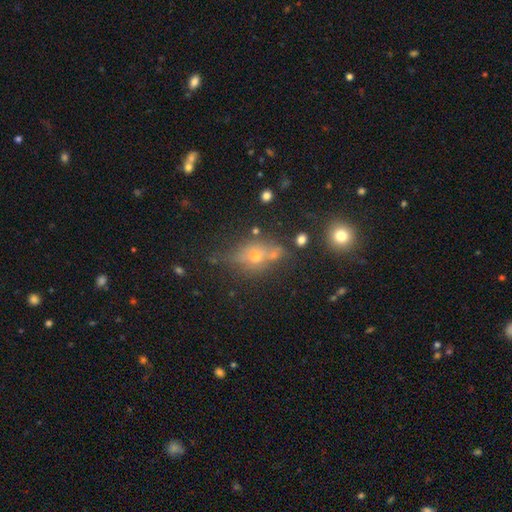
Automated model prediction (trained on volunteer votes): Smooth or featured?
  - smooth: 42% *
  - featured or disk: 33%
  - star or artifact: 24%
Merging?
  - none: 64% *
  - minor disturbance: 15%
  - merger: 13%
  - major disturbance: 7%